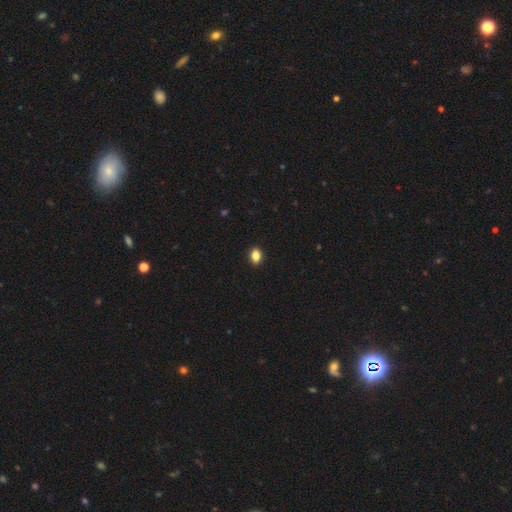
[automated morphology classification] smooth 85%, star or artifact 10%, featured or disk 5%. Down the decision tree: how rounded — in between (75%); merging — none (91%).